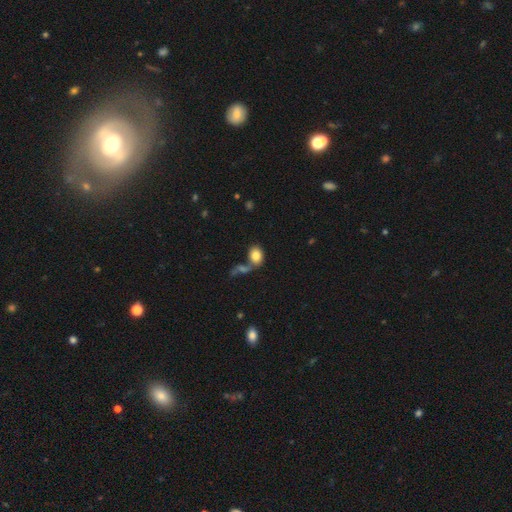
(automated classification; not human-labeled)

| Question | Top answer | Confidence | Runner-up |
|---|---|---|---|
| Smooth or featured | smooth | 82% | featured or disk (9%) |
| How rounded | in between | 68% | round (30%) |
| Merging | none | 53% | merger (28%) |